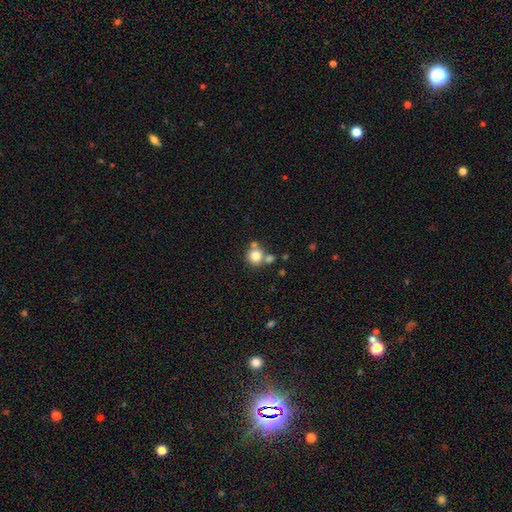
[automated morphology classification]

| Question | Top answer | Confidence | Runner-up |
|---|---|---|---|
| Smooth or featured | smooth | 79% | star or artifact (11%) |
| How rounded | round | 89% | in between (10%) |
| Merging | none | 60% | merger (26%) |